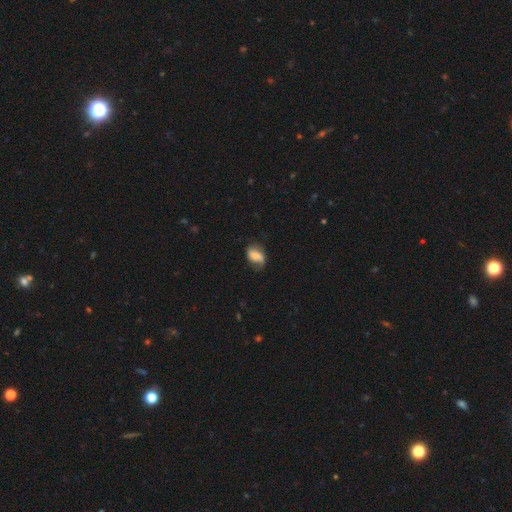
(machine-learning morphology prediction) smooth 53%, featured or disk 38%, star or artifact 9%. Down the decision tree: how rounded — in between (83%); merging — none (50%).